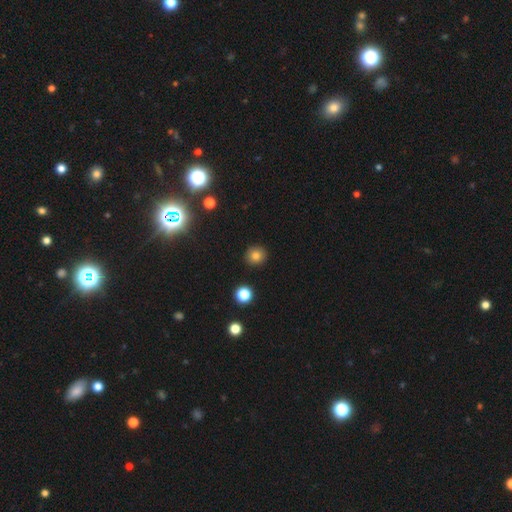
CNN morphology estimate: The model was most divided on "smooth or featured": smooth: 78%, star or artifact: 15%, featured or disk: 7%. More confident: merging — none (91%); how rounded — round (90%).